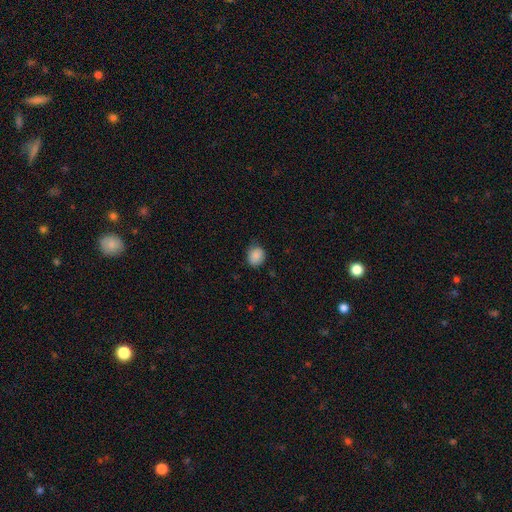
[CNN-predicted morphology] smooth_or_featured: smooth (p=0.88) [alt: star or artifact p=0.09]
how_rounded: round (p=0.67) [alt: in between p=0.32]
merging: none (p=0.77) [alt: minor disturbance p=0.19]